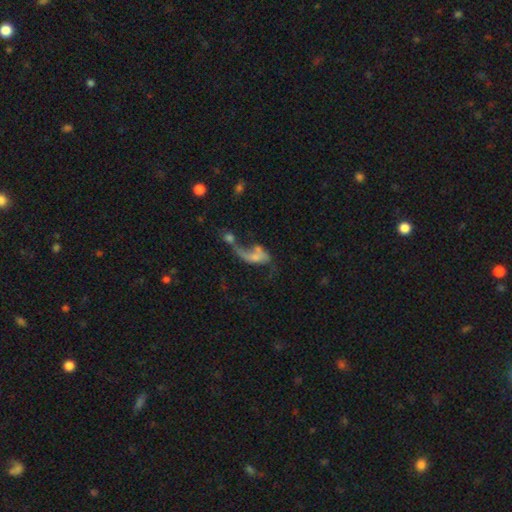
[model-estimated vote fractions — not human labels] Morphology: type=featured or disk (51%); edge-on=no (93%); merging=merger (48%).